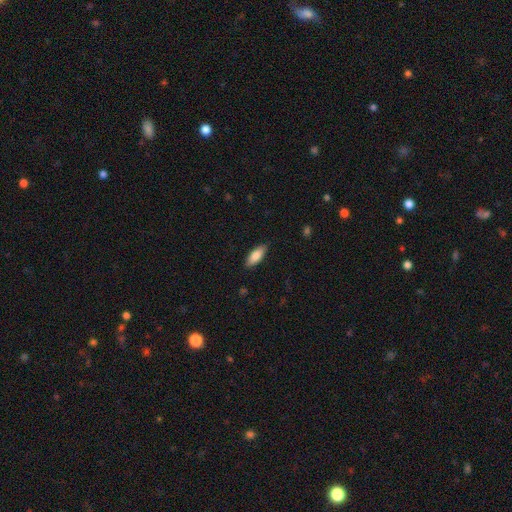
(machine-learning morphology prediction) A smooth galaxy with no disk features (83%) that is in between round and cigar-shaped (74%). Merging: none (86%).